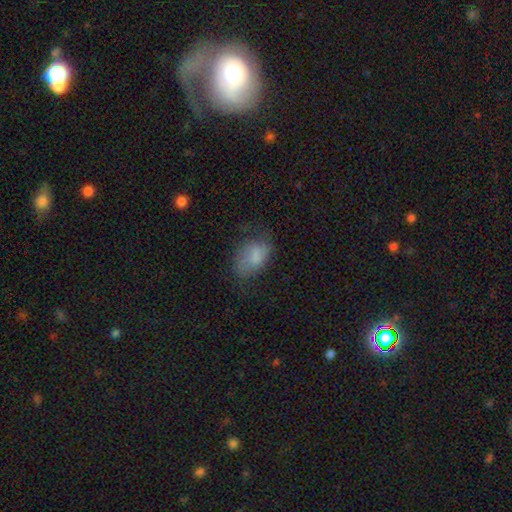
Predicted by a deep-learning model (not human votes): Smooth or featured?
  - smooth: 74% *
  - featured or disk: 17%
  - star or artifact: 9%
How rounded?
  - in between: 88% *
  - round: 10%
  - cigar-shaped: 2%
Merging?
  - none: 57% *
  - minor disturbance: 28%
  - major disturbance: 14%
  - merger: 2%